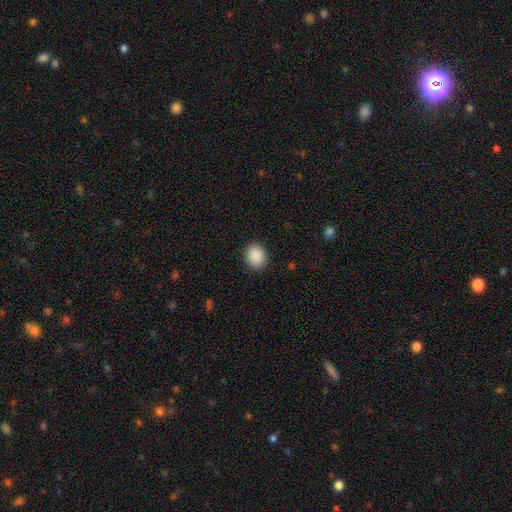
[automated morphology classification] Smooth or featured?
  - smooth: 90% *
  - star or artifact: 8%
  - featured or disk: 2%
How rounded?
  - round: 56% *
  - in between: 43%
  - cigar-shaped: 1%
Merging?
  - none: 89% *
  - minor disturbance: 8%
  - major disturbance: 2%
  - merger: 1%